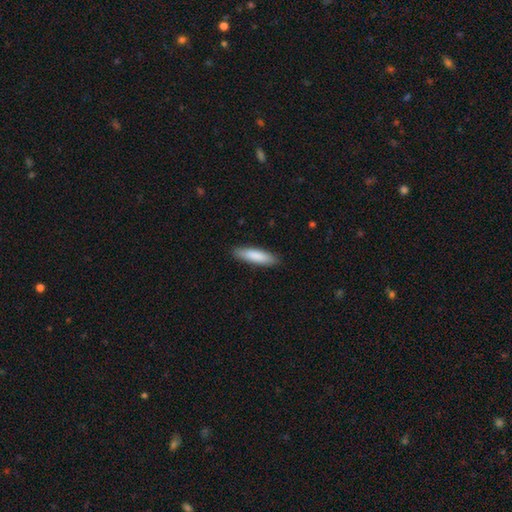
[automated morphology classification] smooth-or-featured: smooth: 85% | featured or disk: 10% | star or artifact: 5%
  how-rounded: cigar-shaped: 71% | in between: 28% | round: 1%
  merging: none: 89% | minor disturbance: 8% | major disturbance: 2% | merger: 1%